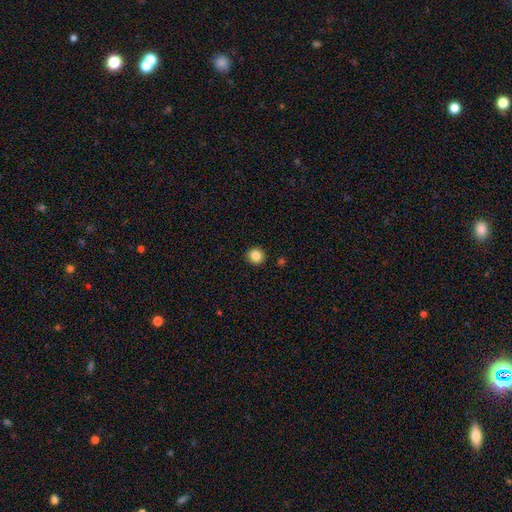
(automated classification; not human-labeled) Q: Smooth or featured?
A: smooth (86%); runner-up: star or artifact (10%)
Q: How rounded?
A: round (92%); runner-up: in between (7%)
Q: Merging?
A: none (92%); runner-up: minor disturbance (5%)